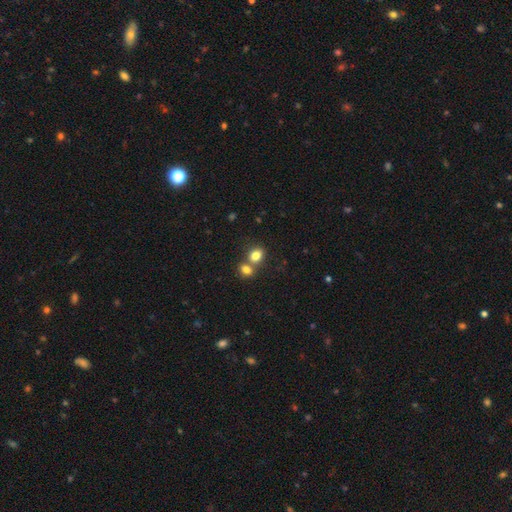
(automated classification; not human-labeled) Smooth or featured: smooth — 80% (star or artifact — 11%)
How rounded: round — 50% (in between — 49%)
Merging: none — 45% (merger — 44%)